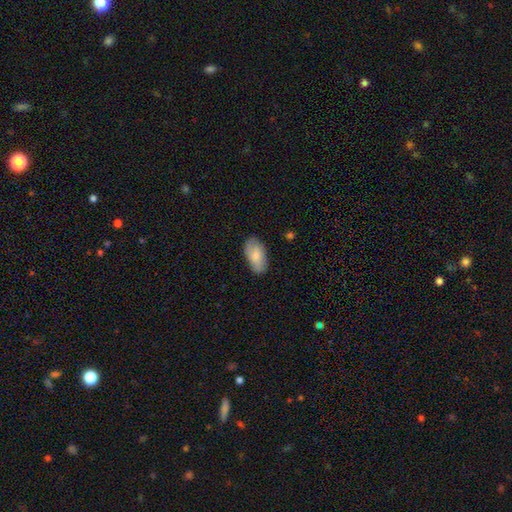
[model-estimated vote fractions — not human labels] Morphology: type=smooth (78%); roundness=in between (94%); merging=none (77%).